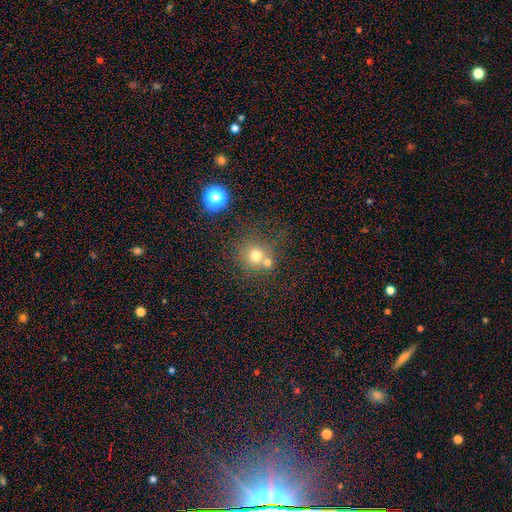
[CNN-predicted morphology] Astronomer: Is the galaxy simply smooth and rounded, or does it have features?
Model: smooth — 71%.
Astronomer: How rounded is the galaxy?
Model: round — 89%.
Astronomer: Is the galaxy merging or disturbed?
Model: none — 53% (runner-up: merger, 35%).